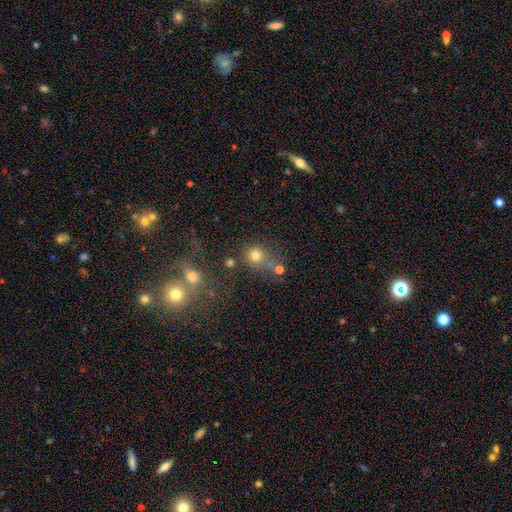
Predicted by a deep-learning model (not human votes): Smooth or featured? Predicted: smooth (p=0.75). How rounded? Predicted: round (p=0.85). Merging? Predicted: none (p=0.54).